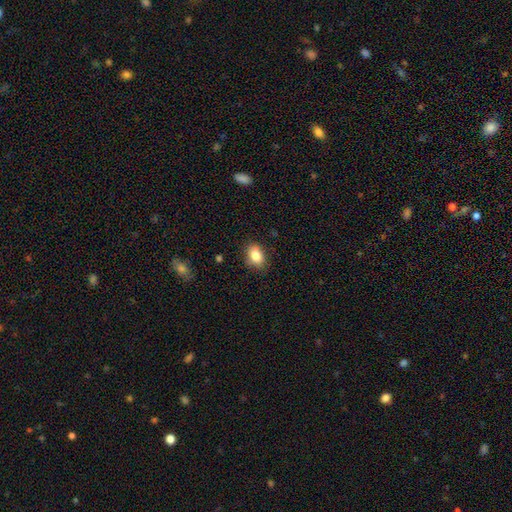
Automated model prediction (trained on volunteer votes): A smooth galaxy with no disk features (85%) that is in between round and cigar-shaped (80%). Merging: none (83%).